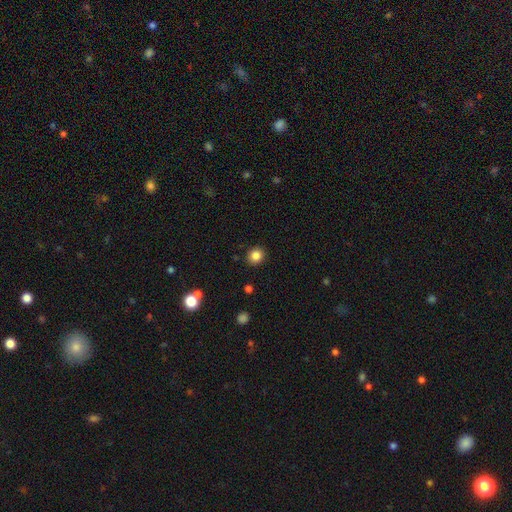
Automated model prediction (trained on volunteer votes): This is clearly a smooth galaxy (85%). How rounded: clearly round (83%). Merging: clearly none (90%).